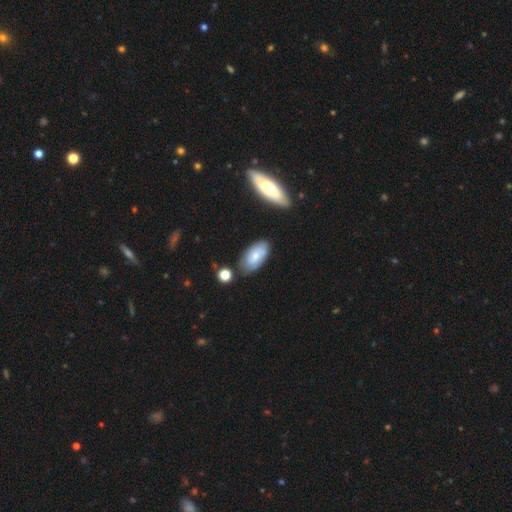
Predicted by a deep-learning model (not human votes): This is likely a smooth galaxy (62%). How rounded: clearly in between (92%). Merging: likely none (73%).